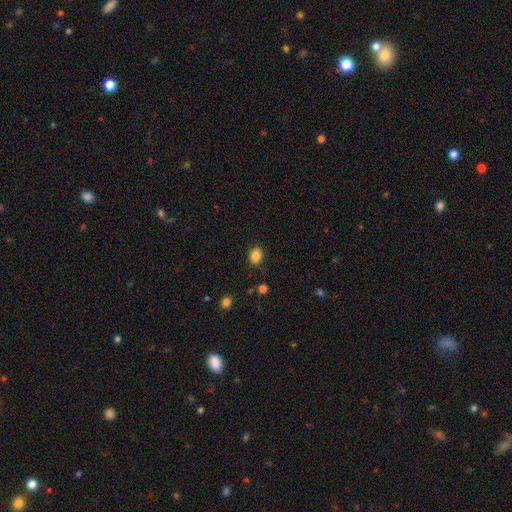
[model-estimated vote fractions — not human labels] Smooth or featured? smooth (86%)
How rounded? round (50%)
Merging? none (88%)